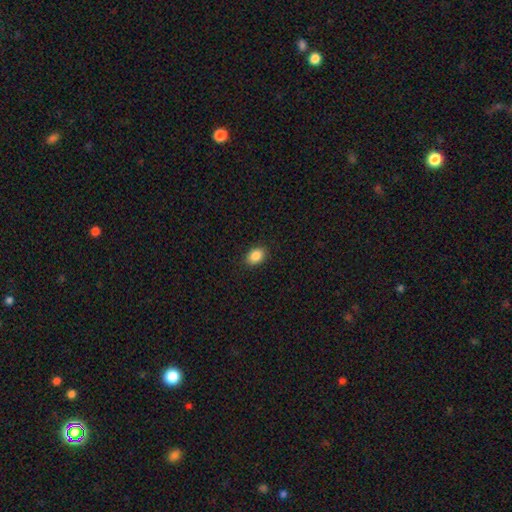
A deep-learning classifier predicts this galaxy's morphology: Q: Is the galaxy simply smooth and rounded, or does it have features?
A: smooth — 87%.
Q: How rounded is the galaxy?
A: in between — 80%.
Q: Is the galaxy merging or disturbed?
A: none — 89%.